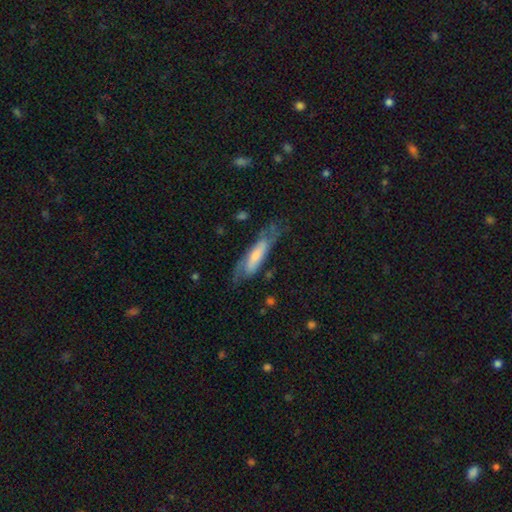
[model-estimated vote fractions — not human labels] Smooth or featured?
  - featured or disk: 56% *
  - smooth: 37%
  - star or artifact: 7%
Edge-on disk?
  - no: 65% *
  - yes: 35%
Merging?
  - none: 59% *
  - minor disturbance: 24%
  - major disturbance: 16%
  - merger: 2%